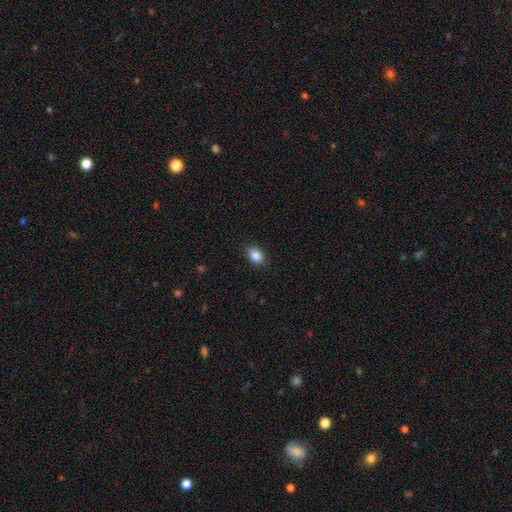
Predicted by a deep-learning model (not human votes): Smooth or featured: smooth — 87% (star or artifact — 9%)
How rounded: in between — 74% (round — 25%)
Merging: none — 89% (minor disturbance — 8%)